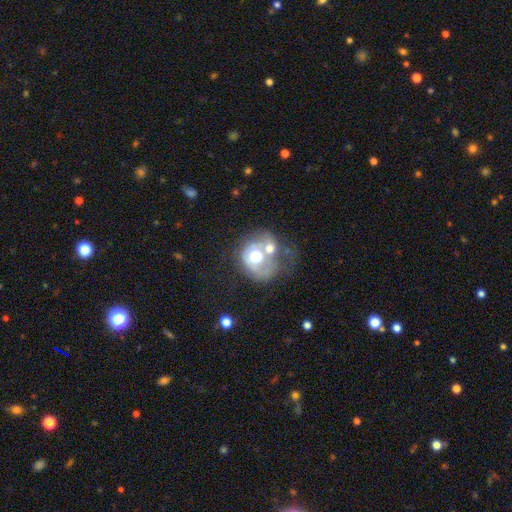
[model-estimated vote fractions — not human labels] Smooth or featured: featured or disk — 49% (smooth — 42%)
Merging: merger — 53% (major disturbance — 19%)